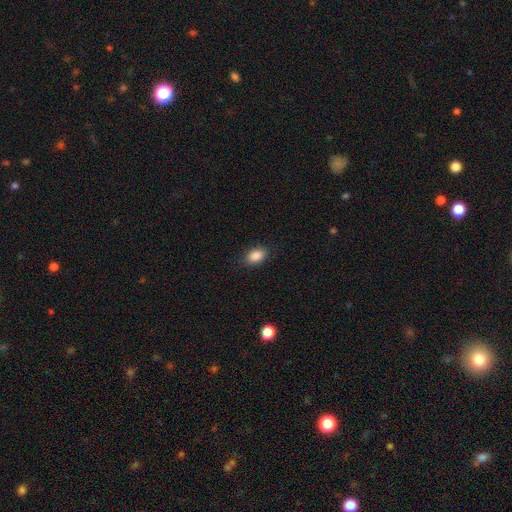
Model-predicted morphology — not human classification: Smooth or featured? Predicted: smooth (p=0.88). How rounded? Predicted: in between (p=0.84). Merging? Predicted: none (p=0.85).